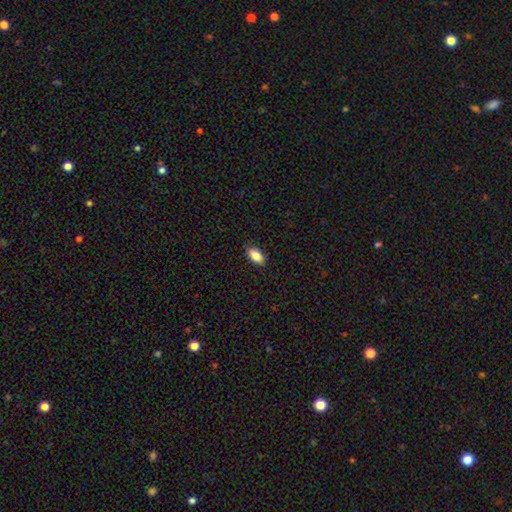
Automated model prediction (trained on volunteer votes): smooth 86%, star or artifact 7%, featured or disk 6%. Down the decision tree: how rounded — in between (92%); merging — none (88%).